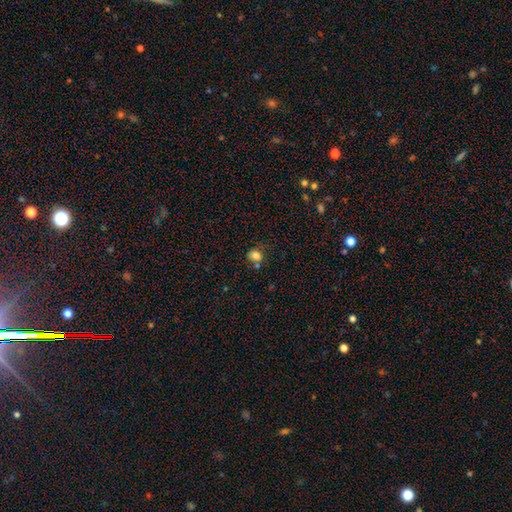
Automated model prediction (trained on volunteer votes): This appears to be a smooth galaxy with no disk features (80%) that is round (61%). Merging: none (60%).